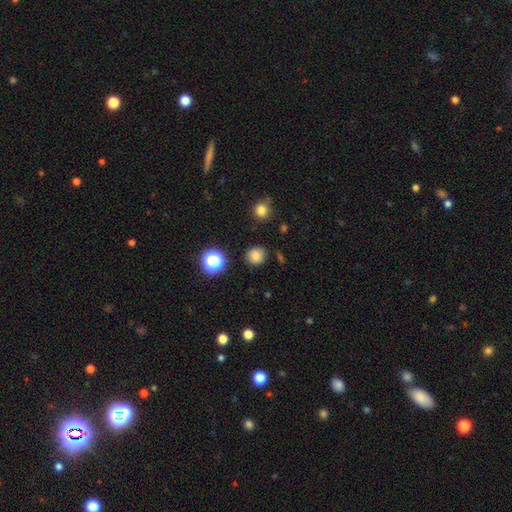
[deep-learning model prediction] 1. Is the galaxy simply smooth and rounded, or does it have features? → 80% smooth, 15% star or artifact, 5% featured or disk.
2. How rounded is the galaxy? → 86% round, 13% in between, 1% cigar-shaped.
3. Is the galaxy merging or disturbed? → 84% none, 11% minor disturbance, 3% major disturbance, 2% merger.